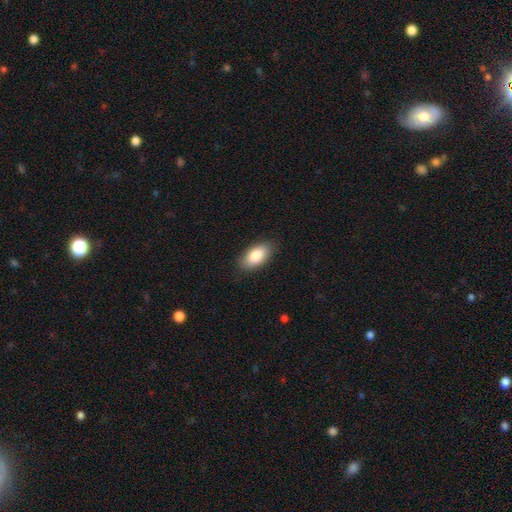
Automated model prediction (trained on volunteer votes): Smooth or featured? smooth (85%)
How rounded? in between (93%)
Merging? none (87%)